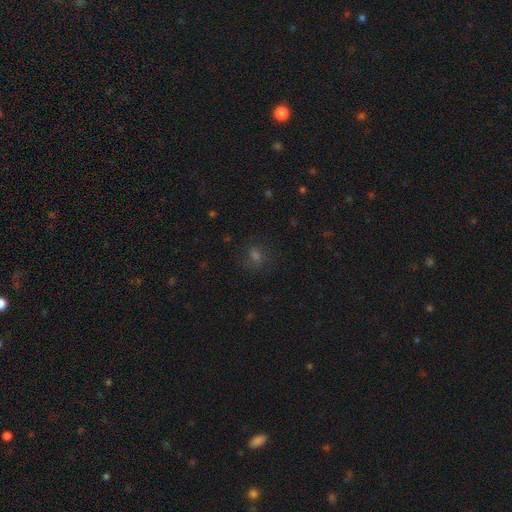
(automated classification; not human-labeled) This appears to be a smooth galaxy with no disk features (47%). Merging: none (71%).